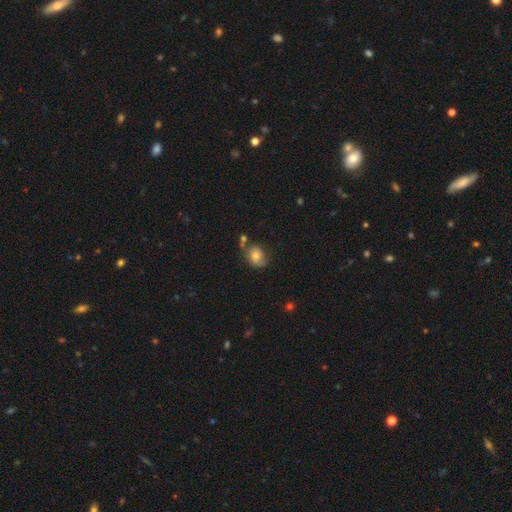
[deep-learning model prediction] The model was most divided on "how rounded": in between: 56%, round: 43%, cigar-shaped: 1%. Remaining: smooth or featured — smooth (68%); merging — none (48%).